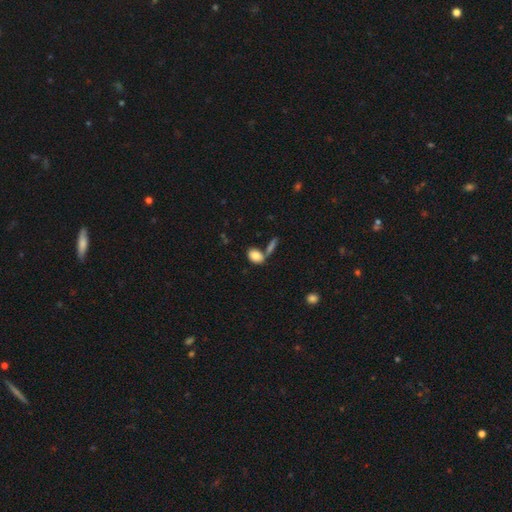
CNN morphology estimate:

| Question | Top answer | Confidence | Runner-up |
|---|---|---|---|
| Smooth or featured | smooth | 83% | featured or disk (9%) |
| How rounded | in between | 85% | round (12%) |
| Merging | none | 52% | merger (30%) |